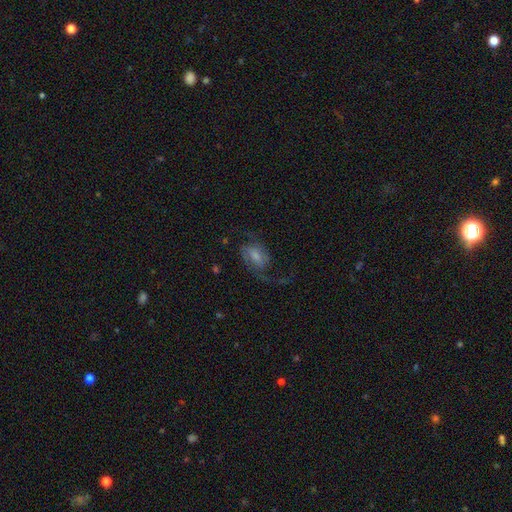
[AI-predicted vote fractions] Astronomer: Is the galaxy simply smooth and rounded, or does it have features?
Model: featured or disk — 76%.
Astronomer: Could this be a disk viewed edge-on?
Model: no — 97%.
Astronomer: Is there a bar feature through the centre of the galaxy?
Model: weak — 49% (runner-up: no, 37%).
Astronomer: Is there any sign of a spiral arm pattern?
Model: yes — 95%.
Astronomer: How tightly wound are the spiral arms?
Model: loose — 54% (runner-up: medium, 37%).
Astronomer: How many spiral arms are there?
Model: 2 — 86%.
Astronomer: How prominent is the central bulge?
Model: moderate — 36% (runner-up: small, 29%).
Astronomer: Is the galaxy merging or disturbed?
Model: none — 56%.